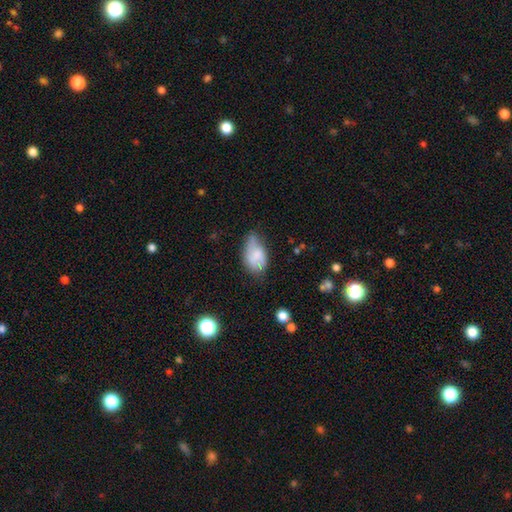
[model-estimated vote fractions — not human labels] Q: Smooth or featured?
A: smooth (66%); runner-up: featured or disk (26%)
Q: How rounded?
A: in between (90%); runner-up: round (8%)
Q: Merging?
A: minor disturbance (43%); runner-up: none (38%)